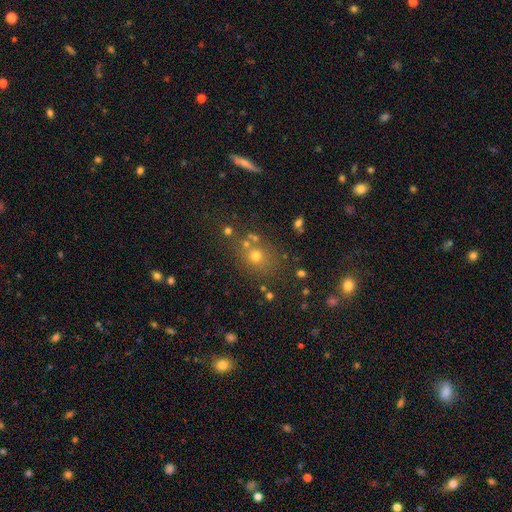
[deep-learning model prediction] Q: Smooth or featured?
A: smooth (63%); runner-up: star or artifact (25%)
Q: How rounded?
A: round (74%); runner-up: in between (24%)
Q: Merging?
A: none (69%); runner-up: merger (15%)